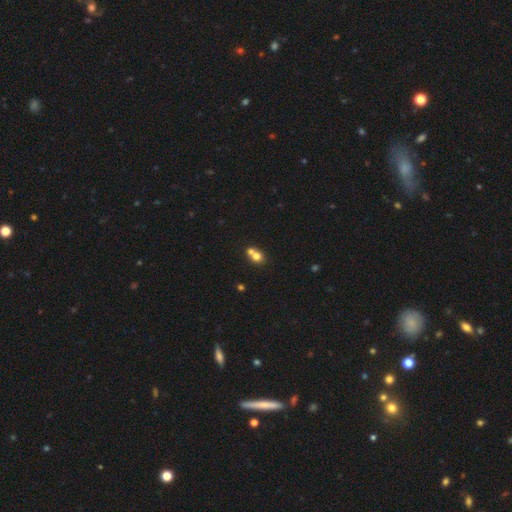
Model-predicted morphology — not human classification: This is likely a smooth galaxy (74%). How rounded: likely round (69%). Merging: possibly merger (57%).